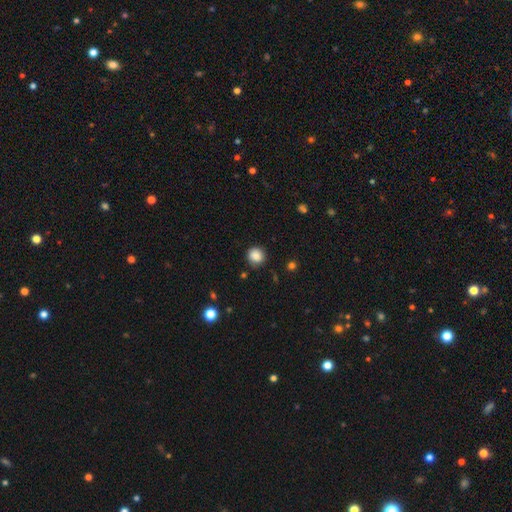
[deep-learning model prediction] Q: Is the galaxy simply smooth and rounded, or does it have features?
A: smooth — 86%.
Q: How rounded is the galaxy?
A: round — 91%.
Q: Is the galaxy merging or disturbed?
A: none — 87%.